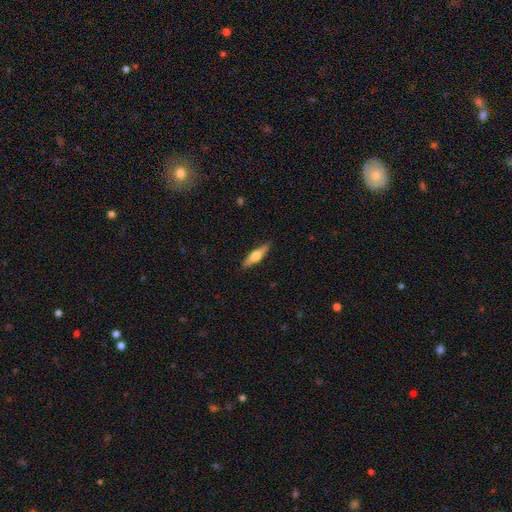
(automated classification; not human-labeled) Smooth or featured?
  - smooth: 49% *
  - featured or disk: 45%
  - star or artifact: 5%
Merging?
  - none: 89% *
  - minor disturbance: 8%
  - major disturbance: 2%
  - merger: 1%